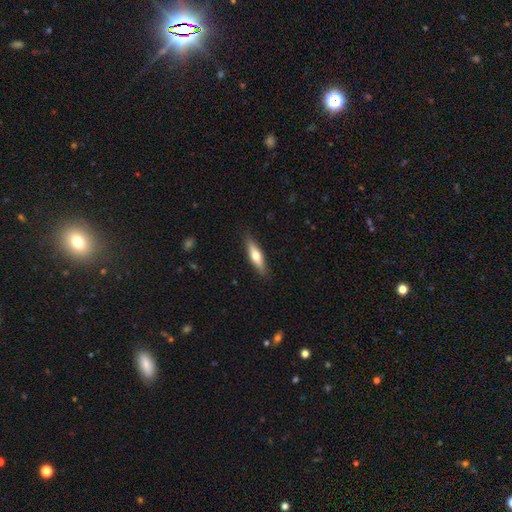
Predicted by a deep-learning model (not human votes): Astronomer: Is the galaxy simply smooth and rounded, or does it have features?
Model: smooth — 55% (runner-up: featured or disk, 39%).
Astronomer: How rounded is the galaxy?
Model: cigar-shaped — 68%.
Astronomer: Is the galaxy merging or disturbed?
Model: none — 88%.